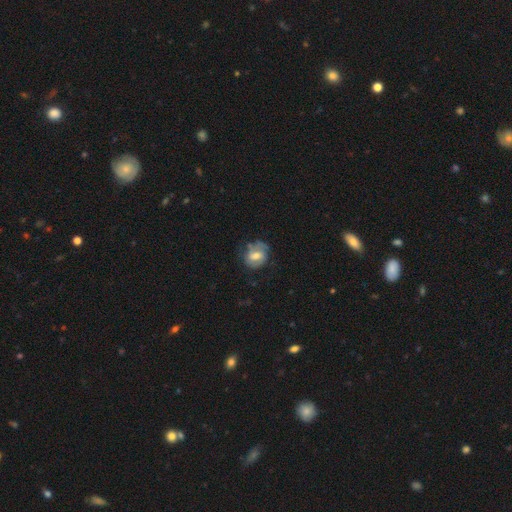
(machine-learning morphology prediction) type=featured or disk (50%); merging=none (57%).